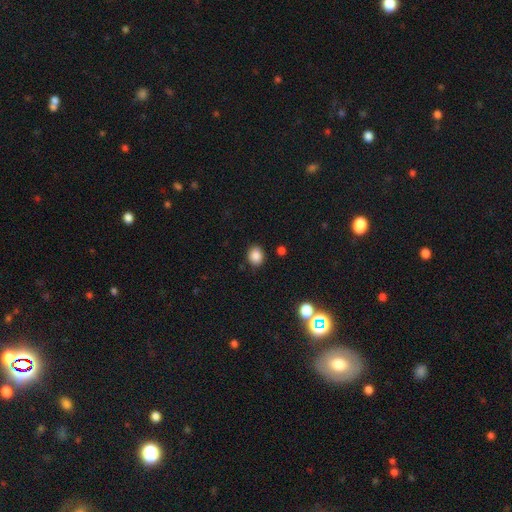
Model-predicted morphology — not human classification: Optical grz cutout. It shows a smooth galaxy with no disk features (86%) that is round (69%). Merging: none (87%).